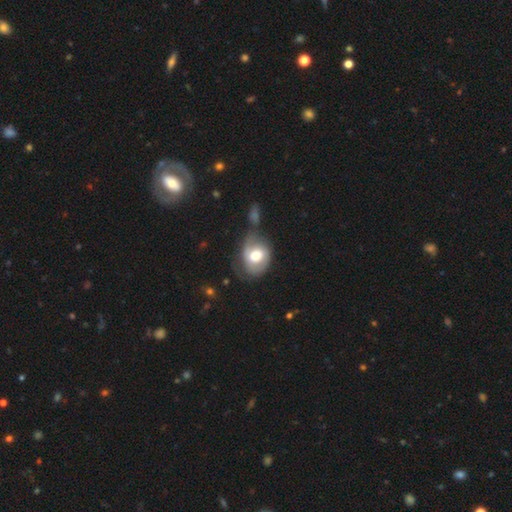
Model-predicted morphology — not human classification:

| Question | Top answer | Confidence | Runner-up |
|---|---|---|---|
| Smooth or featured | smooth | 55% | featured or disk (38%) |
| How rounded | in between | 56% | round (43%) |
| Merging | none | 39% | minor disturbance (29%) |